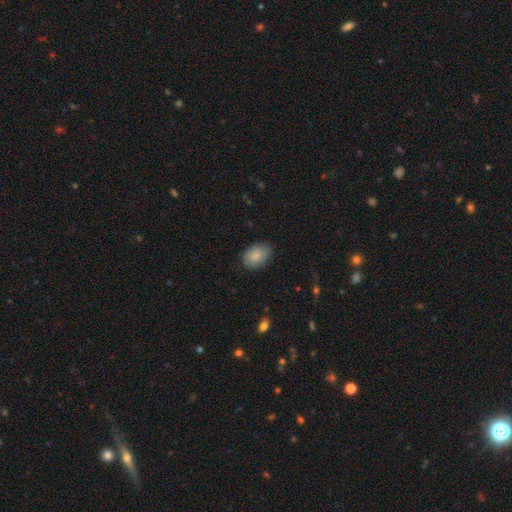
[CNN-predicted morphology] This is clearly a smooth galaxy (84%). How rounded: clearly in between (82%). Merging: likely none (77%).